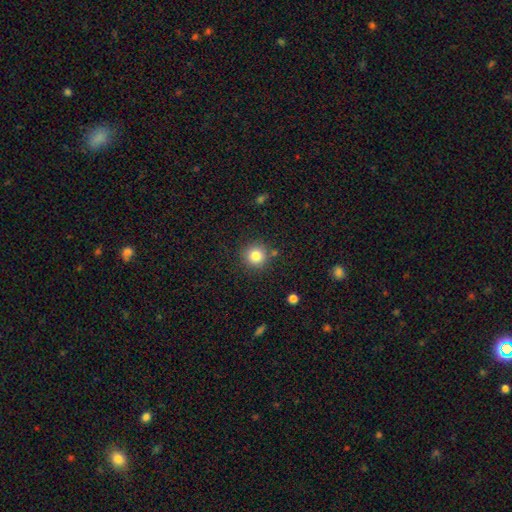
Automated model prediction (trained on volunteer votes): smooth_or_featured: smooth (p=0.82) [alt: star or artifact p=0.11]
how_rounded: round (p=0.94) [alt: in between p=0.05]
merging: none (p=0.86) [alt: minor disturbance p=0.08]